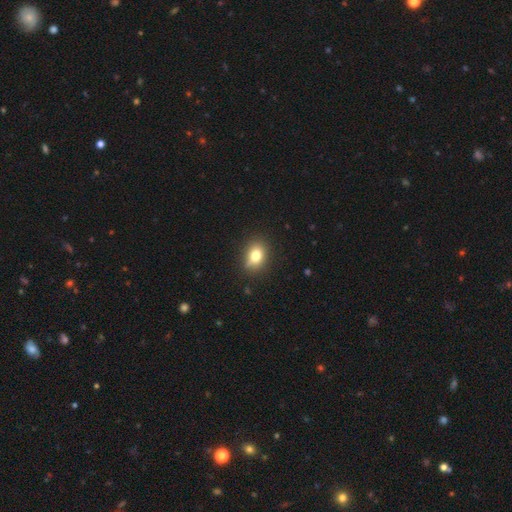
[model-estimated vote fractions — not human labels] smooth-or-featured: smooth: 76% | featured or disk: 12% | star or artifact: 11%
  how-rounded: in between: 61% | round: 37% | cigar-shaped: 2%
  merging: none: 80% | minor disturbance: 15% | major disturbance: 3% | merger: 2%